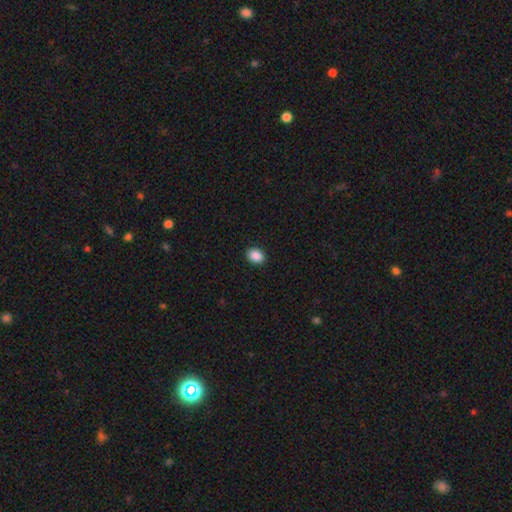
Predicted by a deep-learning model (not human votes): smooth_or_featured: smooth (p=0.89) [alt: star or artifact p=0.08]
how_rounded: in between (p=0.60) [alt: round p=0.40]
merging: none (p=0.91) [alt: minor disturbance p=0.06]